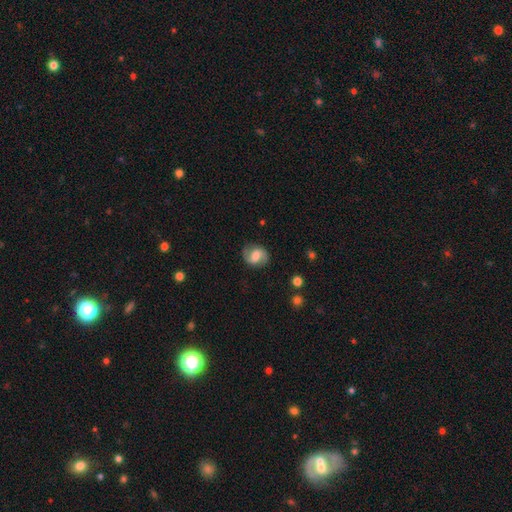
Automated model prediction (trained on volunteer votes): A featured or disk galaxy (68%) with a weak bar (49%), 2 (91%) medium (45%) spiral arms (93%) and a moderate central bulge (49%).

Vote fractions:
- Smooth or featured? featured or disk: 68% / smooth: 25% / star or artifact: 7%
- Edge-on disk? no: 97% / yes: 3%
- Bar? weak: 49% / no: 31% / strong: 20%
- Spiral arms? yes: 93% / no: 7%
- Spiral winding? medium: 45% / loose: 38% / tight: 17%
- Spiral arm count? 2: 91% / can't tell: 4% / 1: 2% / 3: 1% / 4: 1% / more than 4: 1%
- Bulge size? moderate: 49% / small: 22% / large: 18% / none: 9% / dominant: 2%
- Merging? none: 81% / minor disturbance: 13% / major disturbance: 5% / merger: 1%